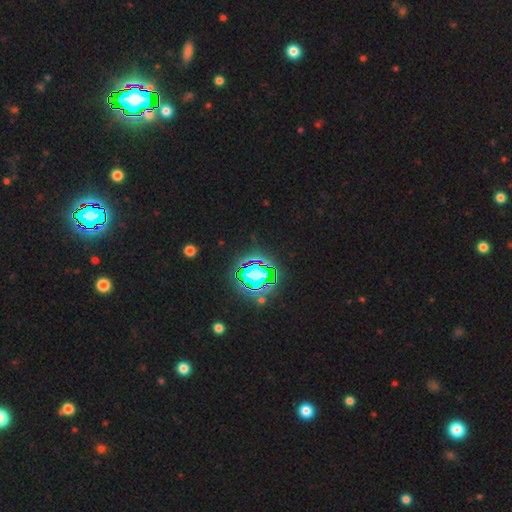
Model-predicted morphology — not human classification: Smooth or featured: star or artifact — 79% (smooth — 12%)